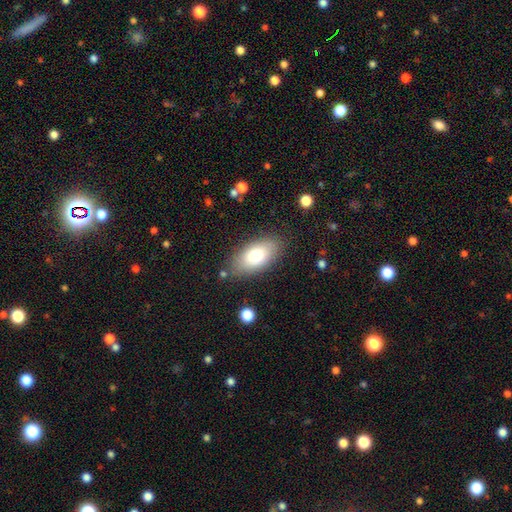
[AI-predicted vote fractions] smooth_or_featured: smooth (p=0.76) [alt: featured or disk p=0.17]
how_rounded: in between (p=0.91) [alt: cigar-shaped p=0.05]
merging: none (p=0.81) [alt: minor disturbance p=0.13]